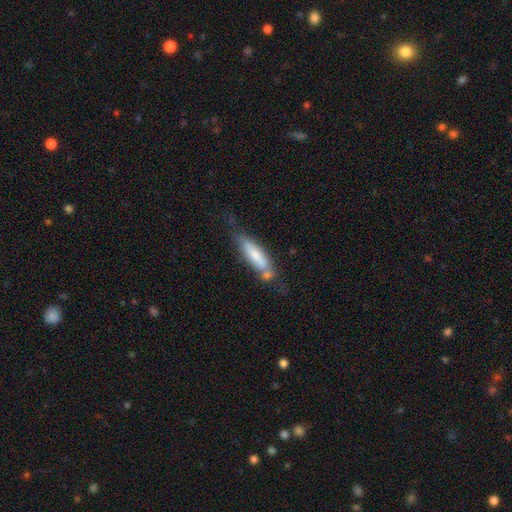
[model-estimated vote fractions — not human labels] A smooth galaxy with no disk features (64%) that is cigar-shaped (70%). Merging: none (44%).